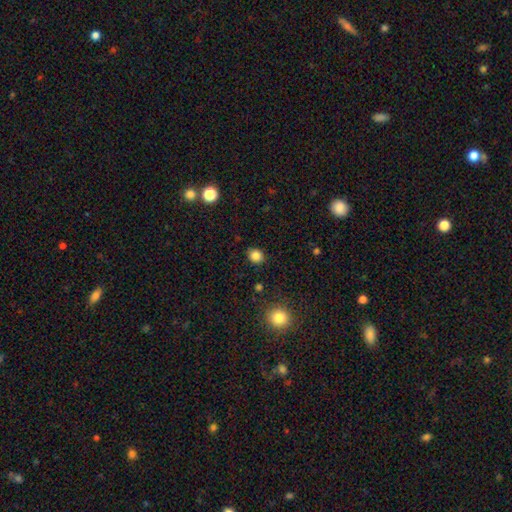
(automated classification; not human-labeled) This is clearly a smooth galaxy (84%). How rounded: likely round (66%). Merging: clearly none (88%).